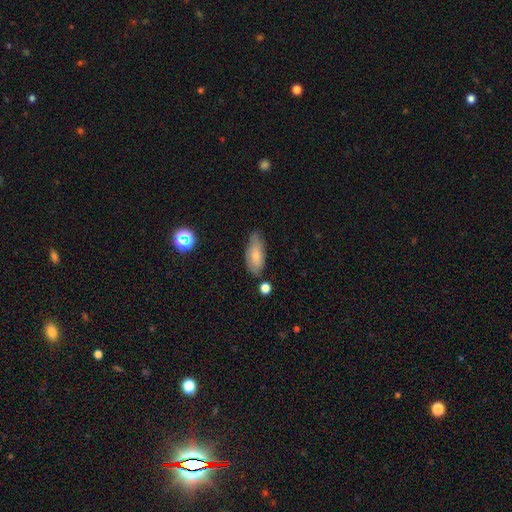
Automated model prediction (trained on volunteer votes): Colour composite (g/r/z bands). It shows a smooth galaxy with no disk features (68%) that is in between round and cigar-shaped (85%). Merging: none (62%).